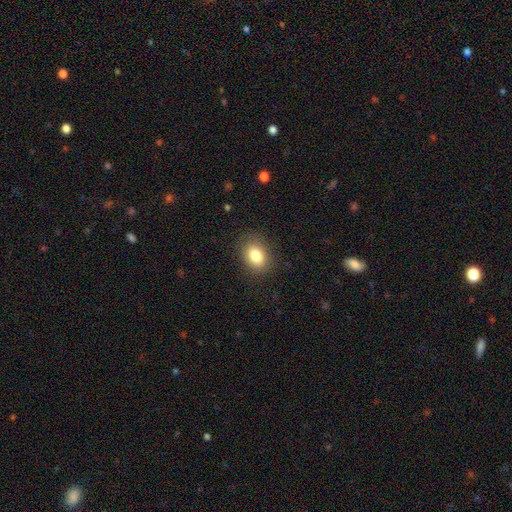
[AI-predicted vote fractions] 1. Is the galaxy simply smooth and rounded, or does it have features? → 82% smooth, 9% star or artifact, 8% featured or disk.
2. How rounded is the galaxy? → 73% in between, 26% round, 1% cigar-shaped.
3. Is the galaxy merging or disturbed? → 85% none, 11% minor disturbance, 3% major disturbance, 1% merger.